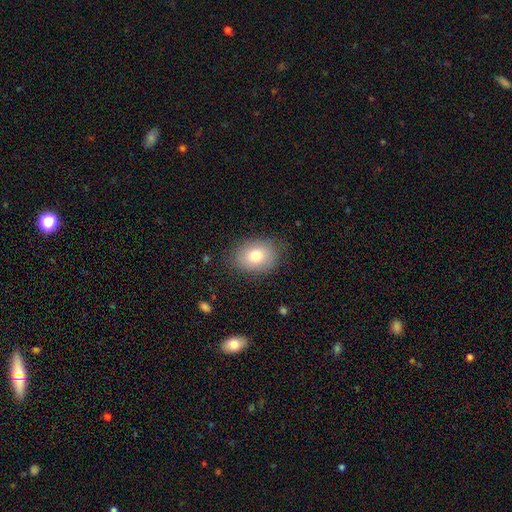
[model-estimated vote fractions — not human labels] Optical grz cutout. It shows a smooth galaxy with no disk features (77%) that is in between round and cigar-shaped (63%). Merging: none (82%).